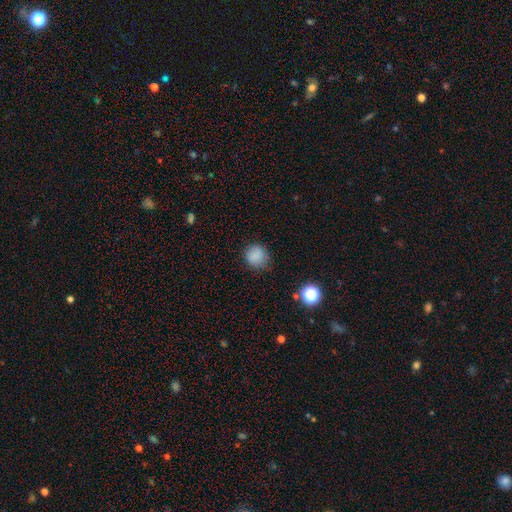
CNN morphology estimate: Smooth or featured? Predicted: smooth (p=0.84). How rounded? Predicted: round (p=0.88). Merging? Predicted: none (p=0.81).